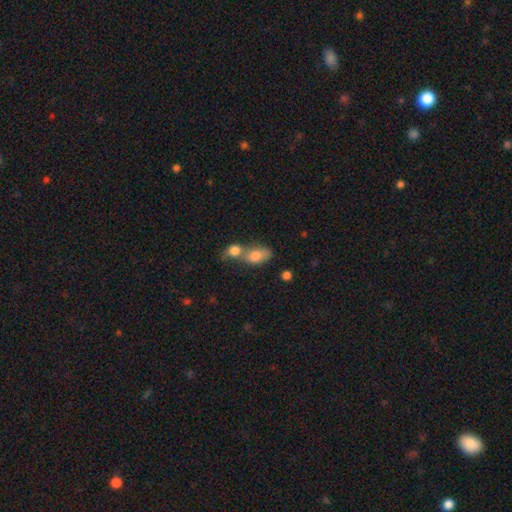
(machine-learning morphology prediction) Smooth or featured? smooth (80%)
How rounded? in between (83%)
Merging? merger (66%)